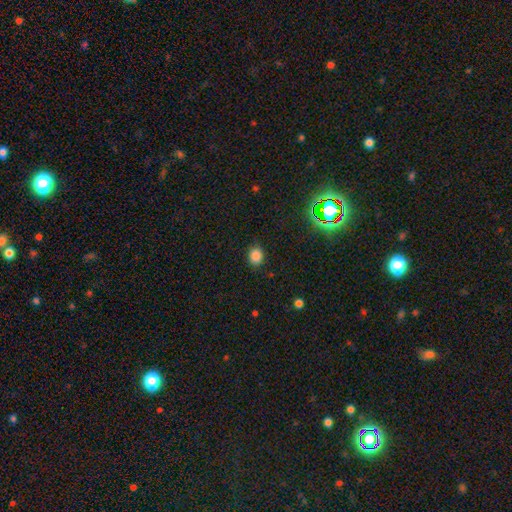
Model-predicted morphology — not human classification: Smooth or featured?
  - smooth: 83% *
  - star or artifact: 13%
  - featured or disk: 4%
How rounded?
  - round: 56% *
  - in between: 43%
  - cigar-shaped: 1%
Merging?
  - none: 85% *
  - minor disturbance: 11%
  - major disturbance: 3%
  - merger: 1%